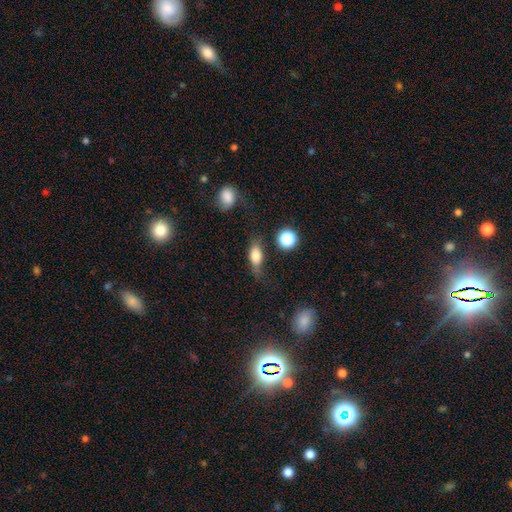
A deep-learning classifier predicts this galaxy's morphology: Smooth or featured: smooth — 73% (featured or disk — 17%)
How rounded: in between — 72% (cigar-shaped — 18%)
Merging: none — 60% (minor disturbance — 25%)